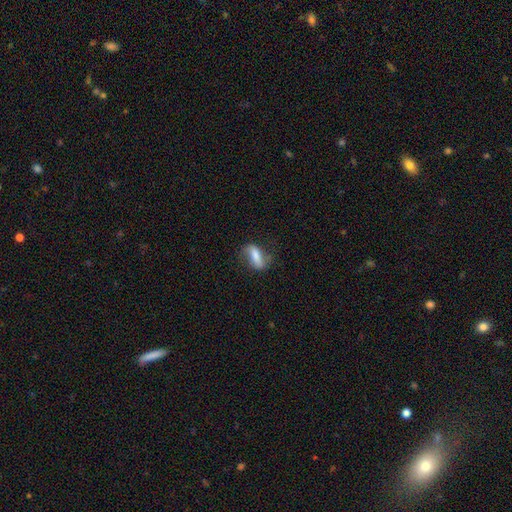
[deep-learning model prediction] A smooth galaxy with no disk features (56%) that is in between round and cigar-shaped (69%). Merging: none (64%).